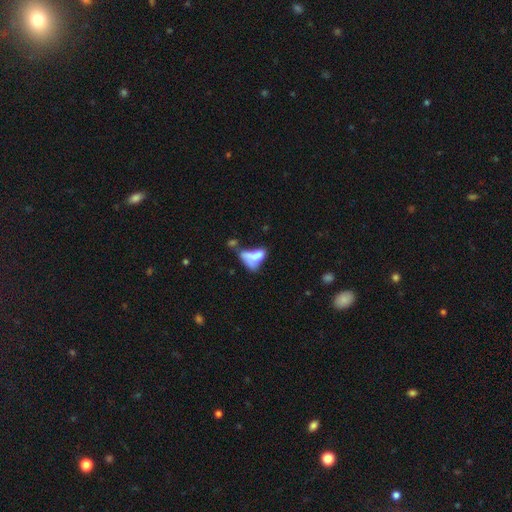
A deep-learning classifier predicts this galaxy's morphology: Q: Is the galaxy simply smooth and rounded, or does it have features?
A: smooth — 57%.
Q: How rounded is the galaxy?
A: in between — 79%.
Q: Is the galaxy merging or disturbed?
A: merger — 44%.